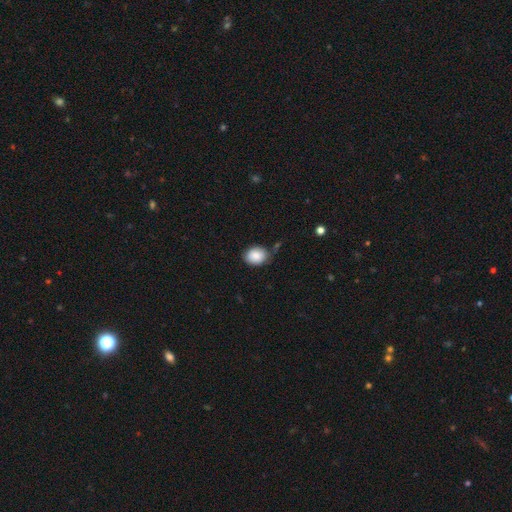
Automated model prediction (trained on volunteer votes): smooth_or_featured: smooth (p=0.87) [alt: star or artifact p=0.08]
how_rounded: in between (p=0.59) [alt: round p=0.40]
merging: none (p=0.73) [alt: minor disturbance p=0.19]